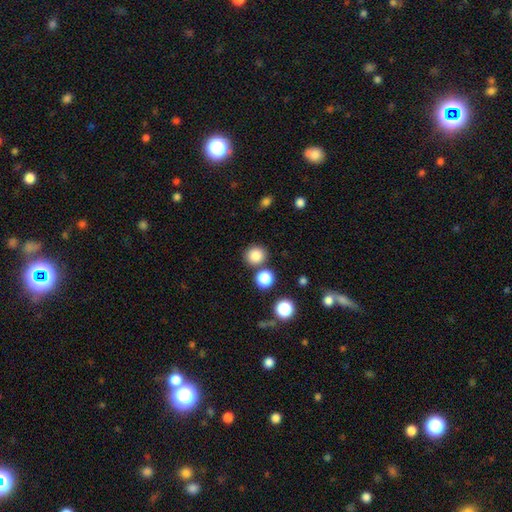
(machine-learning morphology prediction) Smooth or featured?
  - smooth: 84% *
  - star or artifact: 11%
  - featured or disk: 5%
How rounded?
  - round: 86% *
  - in between: 13%
  - cigar-shaped: 1%
Merging?
  - none: 78% *
  - merger: 11%
  - minor disturbance: 8%
  - major disturbance: 3%